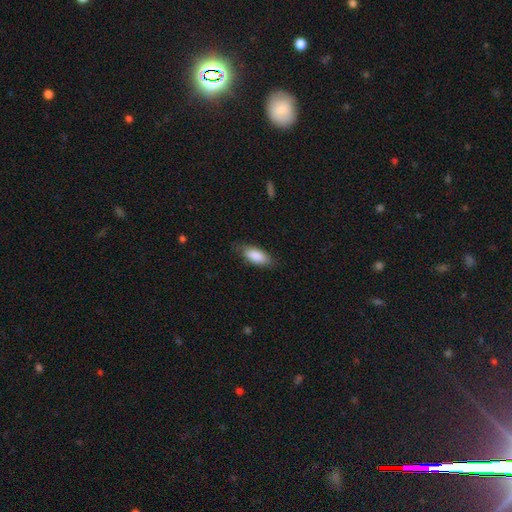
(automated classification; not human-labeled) Smooth or featured? Predicted: smooth (p=0.87). How rounded? Predicted: in between (p=0.85). Merging? Predicted: none (p=0.77).